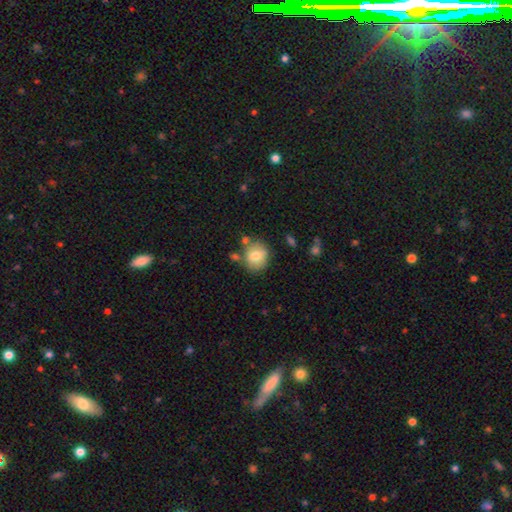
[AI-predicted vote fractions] Morphology: type=smooth (75%); roundness=round (75%); merging=none (72%).